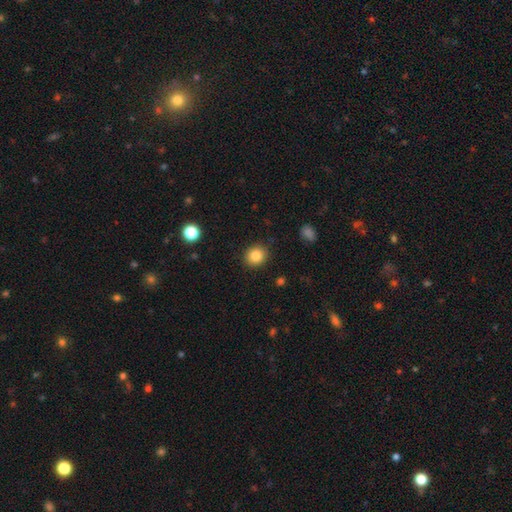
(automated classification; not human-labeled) The model was most divided on "how rounded": round: 80%, in between: 19%, cigar-shaped: 1%. More confident: merging — none (90%); smooth or featured — smooth (85%).